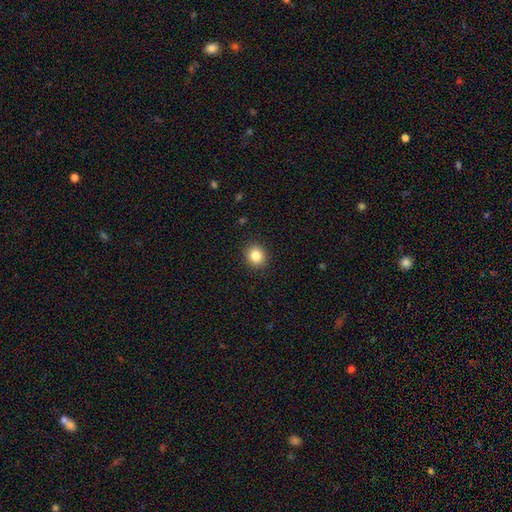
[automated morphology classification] smooth_or_featured: smooth (p=0.85) [alt: star or artifact p=0.10]
how_rounded: round (p=0.77) [alt: in between p=0.22]
merging: none (p=0.91) [alt: minor disturbance p=0.06]